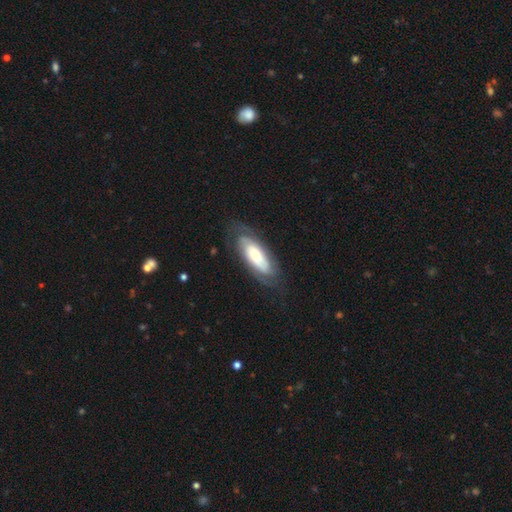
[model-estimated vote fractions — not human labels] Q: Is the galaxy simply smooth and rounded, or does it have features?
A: featured or disk — 56%.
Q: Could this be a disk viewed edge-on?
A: no — 83%.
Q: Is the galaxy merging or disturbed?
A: none — 70%.